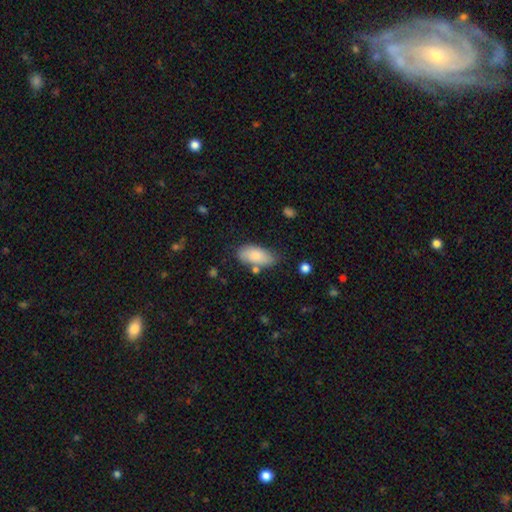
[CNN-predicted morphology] smooth_or_featured: smooth (p=0.84) [alt: featured or disk p=0.10]
how_rounded: in between (p=0.91) [alt: cigar-shaped p=0.07]
merging: none (p=0.64) [alt: minor disturbance p=0.23]